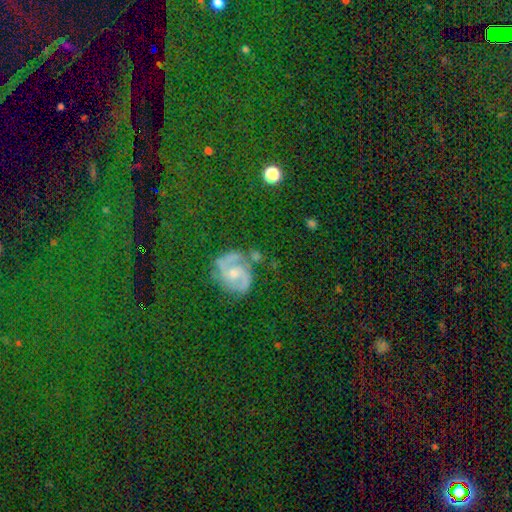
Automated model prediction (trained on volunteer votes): smooth_or_featured: star or artifact (p=0.39) [alt: featured or disk p=0.38]